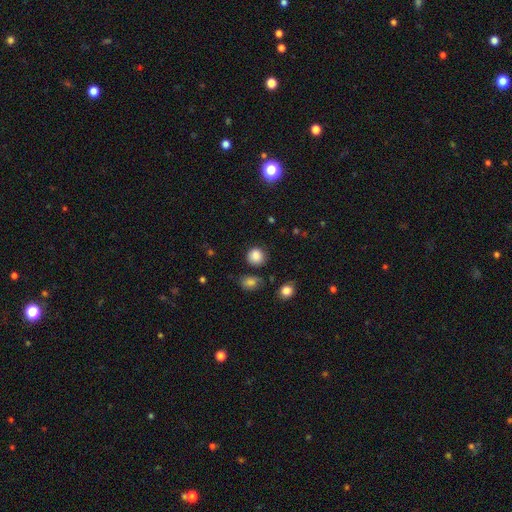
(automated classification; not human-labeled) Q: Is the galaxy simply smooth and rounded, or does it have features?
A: smooth — 85%.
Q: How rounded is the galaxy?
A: round — 87%.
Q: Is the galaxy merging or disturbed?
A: none — 81%.